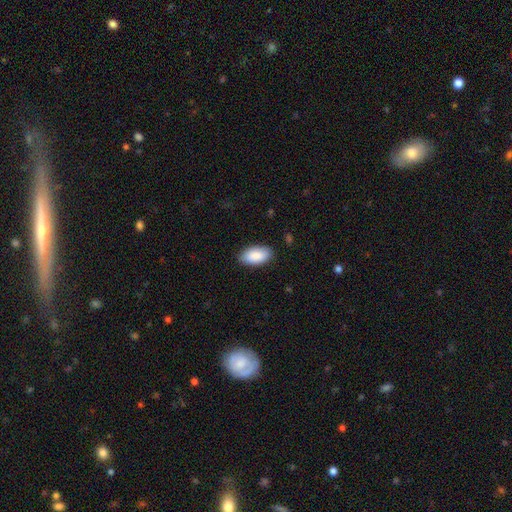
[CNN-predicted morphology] A smooth galaxy with no disk features (89%) that is in between round and cigar-shaped (95%). Merging: none (86%).